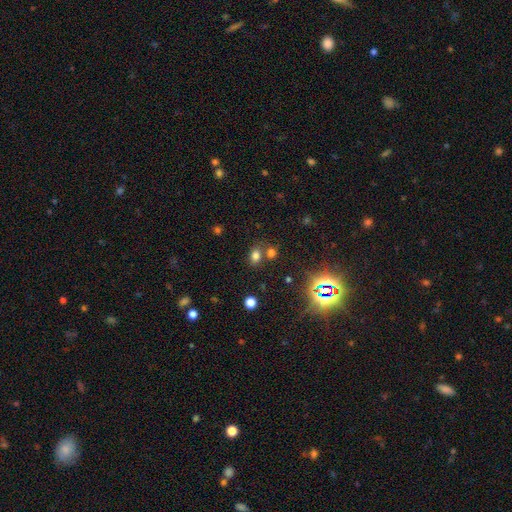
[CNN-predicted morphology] This is likely a smooth galaxy (72%). How rounded: likely in between (67%). Merging: likely none (61%).